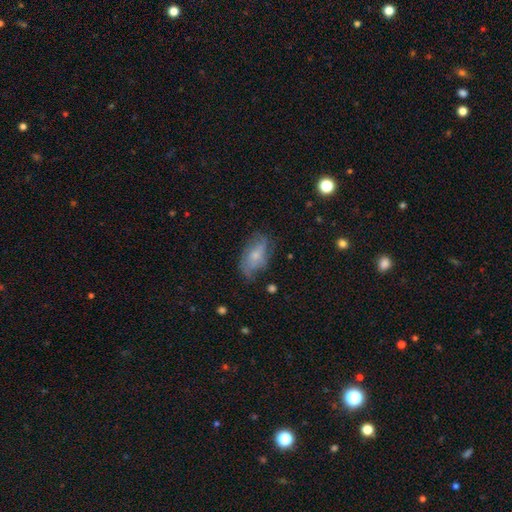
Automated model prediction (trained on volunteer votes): smooth-or-featured: smooth: 49% | featured or disk: 43% | star or artifact: 8%
  merging: none: 59% | minor disturbance: 27% | major disturbance: 12% | merger: 2%